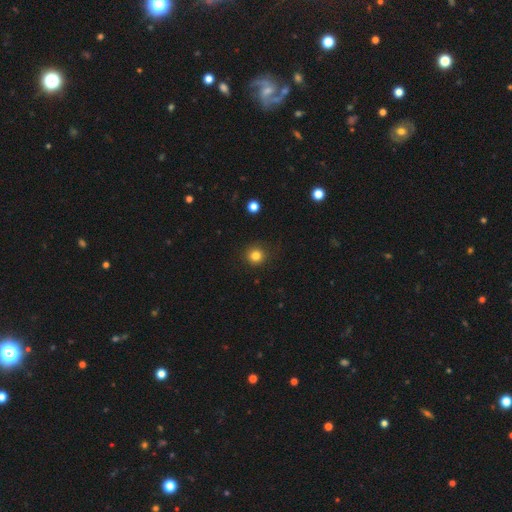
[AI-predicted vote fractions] Smooth or featured?
  - smooth: 82% *
  - star or artifact: 13%
  - featured or disk: 5%
How rounded?
  - round: 93% *
  - in between: 6%
  - cigar-shaped: 1%
Merging?
  - none: 88% *
  - minor disturbance: 8%
  - major disturbance: 3%
  - merger: 1%